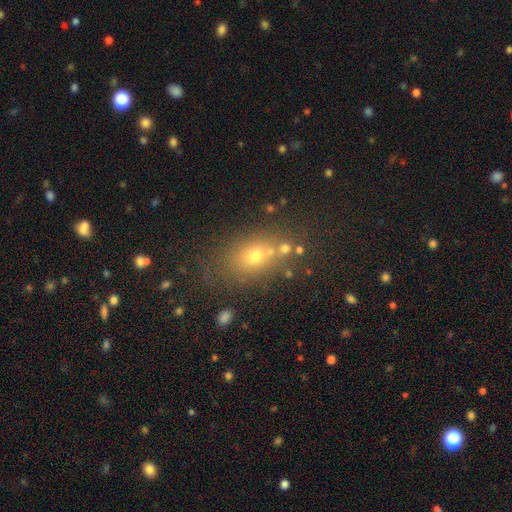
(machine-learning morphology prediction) This is likely a smooth galaxy (64%). How rounded: likely in between (63%). Merging: likely none (63%).